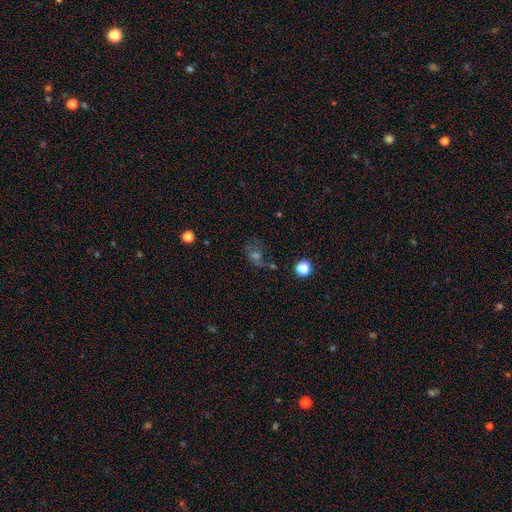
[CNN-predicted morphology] A smooth galaxy with no disk features (36%).

Vote fractions:
- Smooth or featured? smooth: 36% / star or artifact: 33% / featured or disk: 31%
- Merging? none: 52% / major disturbance: 21% / minor disturbance: 20% / merger: 8%